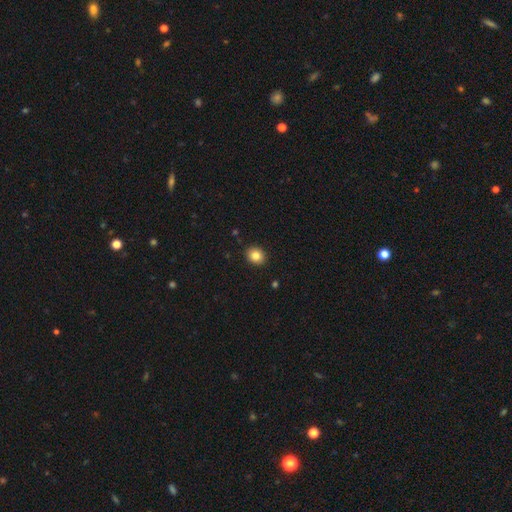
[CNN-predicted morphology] Q: Smooth or featured?
A: smooth (84%); runner-up: star or artifact (10%)
Q: How rounded?
A: round (65%); runner-up: in between (35%)
Q: Merging?
A: none (91%); runner-up: minor disturbance (7%)